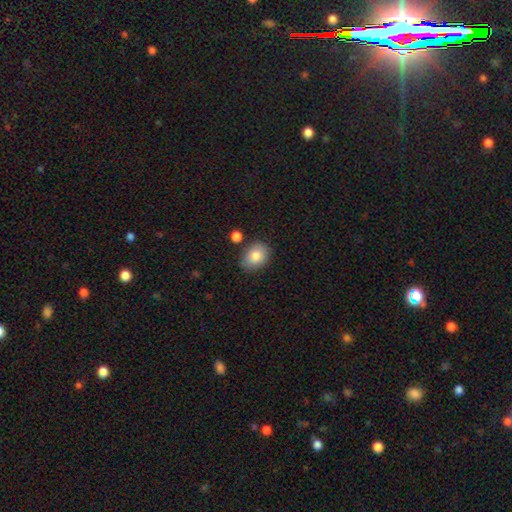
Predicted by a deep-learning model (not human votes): smooth_or_featured: smooth (p=0.83) [alt: featured or disk p=0.09]
how_rounded: in between (p=0.64) [alt: round p=0.35]
merging: none (p=0.77) [alt: minor disturbance p=0.14]